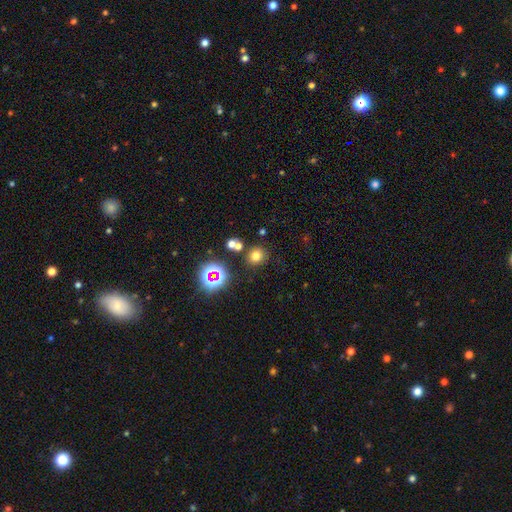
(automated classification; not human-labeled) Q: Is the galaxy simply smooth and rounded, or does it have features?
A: smooth — 70%.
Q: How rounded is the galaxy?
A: round — 85%.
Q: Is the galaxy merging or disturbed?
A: none — 80%.